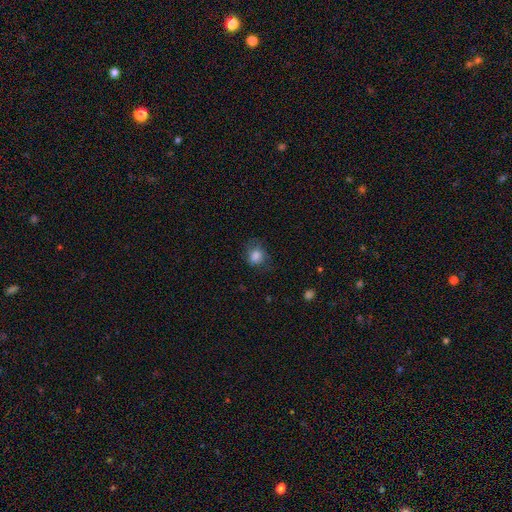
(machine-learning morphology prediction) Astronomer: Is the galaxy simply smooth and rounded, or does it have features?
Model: smooth — 81%.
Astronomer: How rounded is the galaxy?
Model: round — 60% (runner-up: in between, 39%).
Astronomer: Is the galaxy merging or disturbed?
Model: none — 57%.